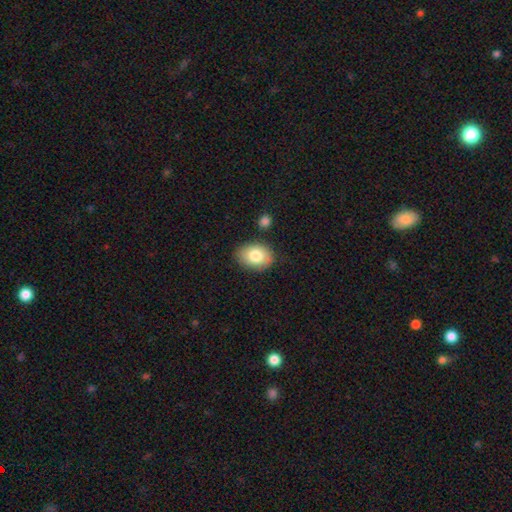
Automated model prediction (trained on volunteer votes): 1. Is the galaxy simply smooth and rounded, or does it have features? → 81% smooth, 12% featured or disk, 7% star or artifact.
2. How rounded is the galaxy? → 76% in between, 23% round, 1% cigar-shaped.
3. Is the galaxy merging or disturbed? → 81% none, 12% minor disturbance, 4% merger, 3% major disturbance.